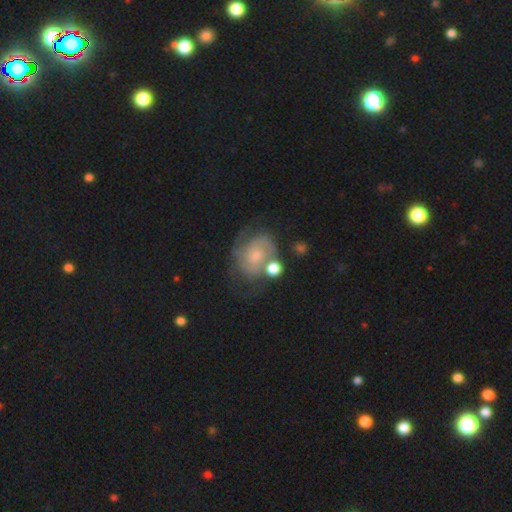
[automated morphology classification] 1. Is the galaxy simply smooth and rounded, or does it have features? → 69% featured or disk, 23% smooth, 8% star or artifact.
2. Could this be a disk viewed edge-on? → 97% no, 3% yes.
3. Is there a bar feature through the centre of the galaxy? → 69% no, 27% weak, 4% strong.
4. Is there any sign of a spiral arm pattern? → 86% yes, 14% no.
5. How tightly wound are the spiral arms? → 45% tight, 40% medium, 15% loose.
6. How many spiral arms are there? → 50% 2, 29% can't tell, 10% 3, 6% 1, 3% 4, 3% more than 4.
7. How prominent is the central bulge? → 48% small, 35% moderate, 9% none, 5% large, 2% dominant.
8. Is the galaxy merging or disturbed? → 47% none, 22% minor disturbance, 17% major disturbance, 14% merger.